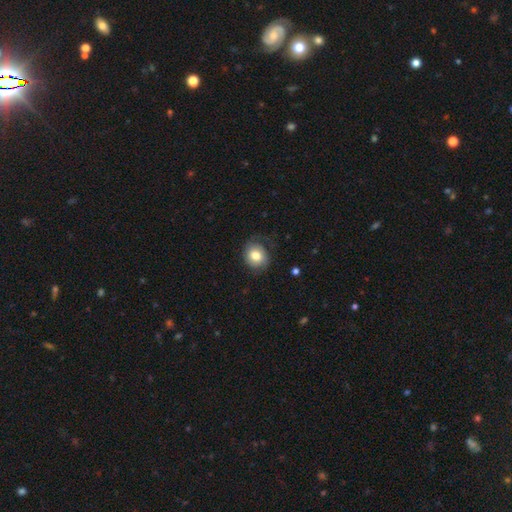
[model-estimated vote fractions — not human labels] Smooth or featured? smooth (66%)
How rounded? round (68%)
Merging? none (61%)